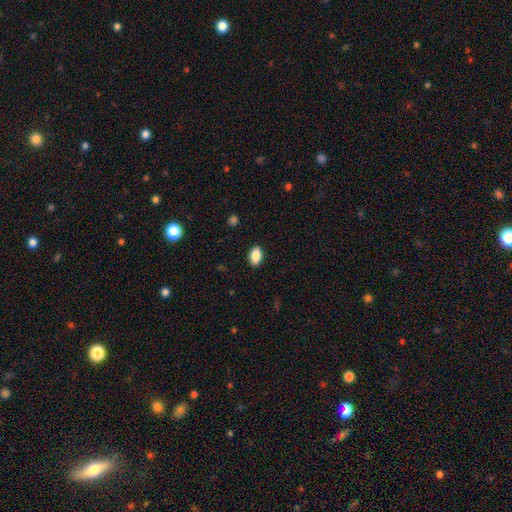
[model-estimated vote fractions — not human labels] This is clearly a smooth galaxy (88%). How rounded: clearly in between (92%). Merging: clearly none (89%).